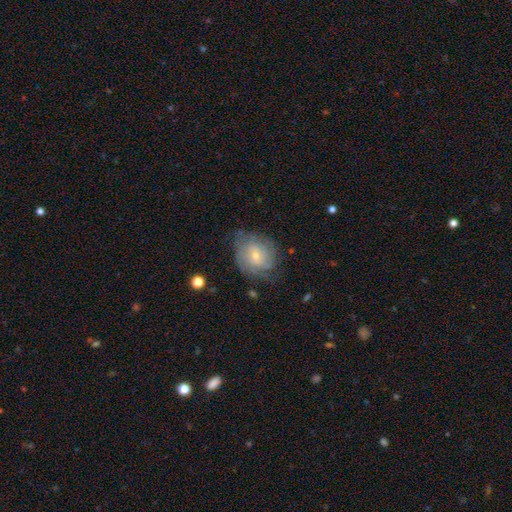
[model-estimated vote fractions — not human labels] Smooth or featured? featured or disk (58%)
Edge-on disk? no (96%)
Bar? no (73%)
Spiral arms? yes (80%)
Bulge size? small (64%)
Merging? none (61%)